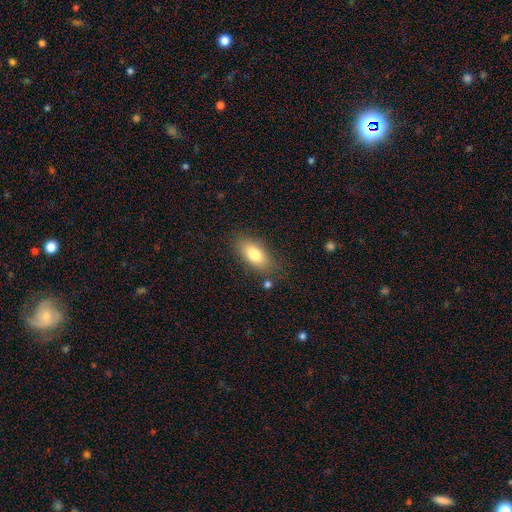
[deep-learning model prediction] A smooth galaxy with no disk features (79%) that is in between round and cigar-shaped (86%).

Vote fractions:
- Smooth or featured? smooth: 79% / featured or disk: 14% / star or artifact: 7%
- How rounded? in between: 86% / cigar-shaped: 9% / round: 4%
- Merging? none: 79% / minor disturbance: 14% / major disturbance: 4% / merger: 3%